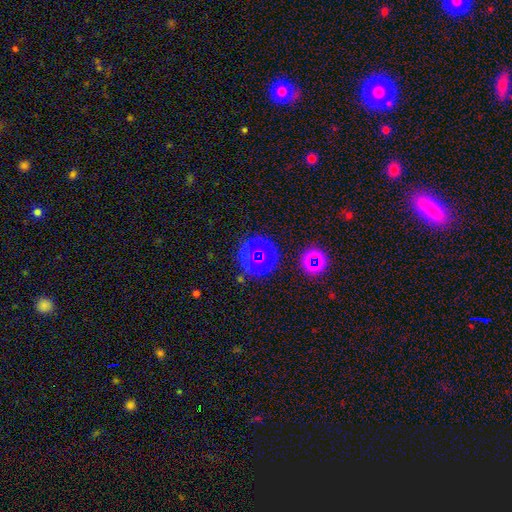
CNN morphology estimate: A star or artifact, not a galaxy (53%).